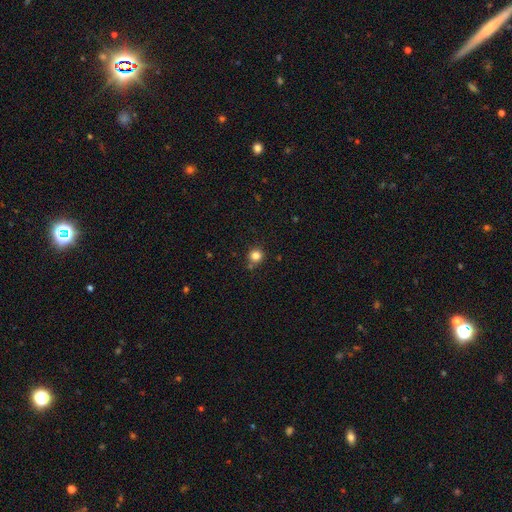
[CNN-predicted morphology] A smooth galaxy with no disk features (82%) that is round (93%).

Vote fractions:
- Smooth or featured? smooth: 82% / star or artifact: 13% / featured or disk: 5%
- How rounded? round: 93% / in between: 6% / cigar-shaped: 1%
- Merging? none: 80% / minor disturbance: 11% / merger: 7% / major disturbance: 3%